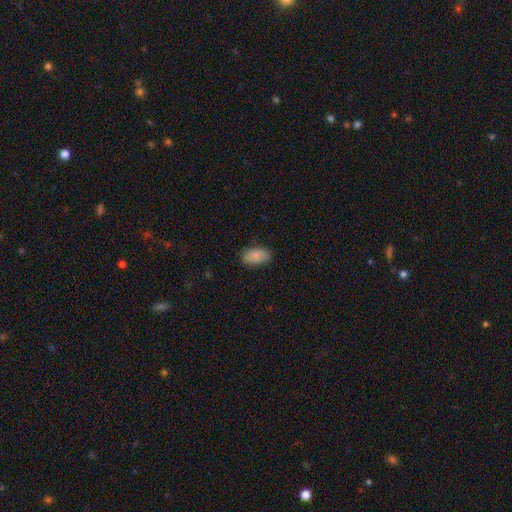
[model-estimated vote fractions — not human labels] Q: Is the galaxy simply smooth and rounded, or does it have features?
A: smooth — 87%.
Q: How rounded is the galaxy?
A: in between — 93%.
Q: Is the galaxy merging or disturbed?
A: none — 86%.